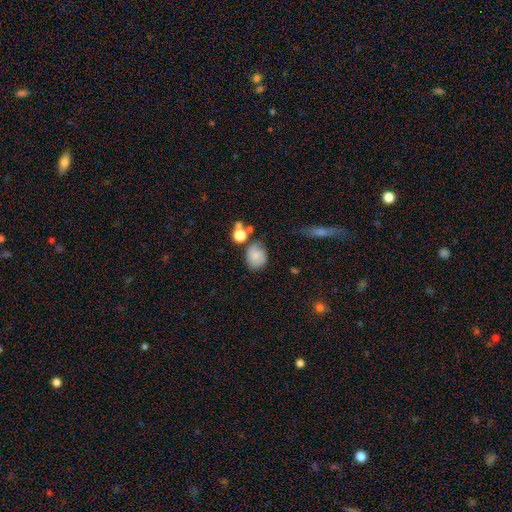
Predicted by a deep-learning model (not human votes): A smooth galaxy with no disk features (76%) that is round (64%). Merging: none (59%).